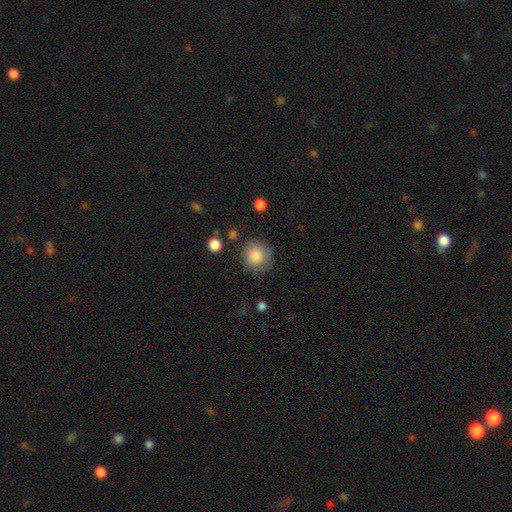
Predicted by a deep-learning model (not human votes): This appears to be a smooth galaxy with no disk features (86%) that is round (89%). Merging: none (76%).